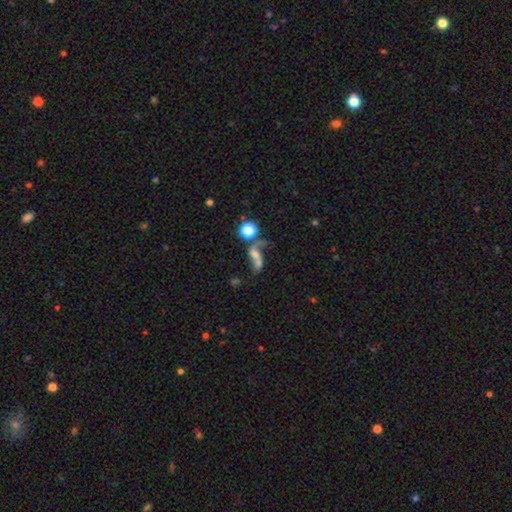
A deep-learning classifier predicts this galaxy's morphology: Smooth or featured? Predicted: featured or disk (p=0.52). Edge-on disk? Predicted: no (p=0.93). Merging? Predicted: merger (p=0.43).